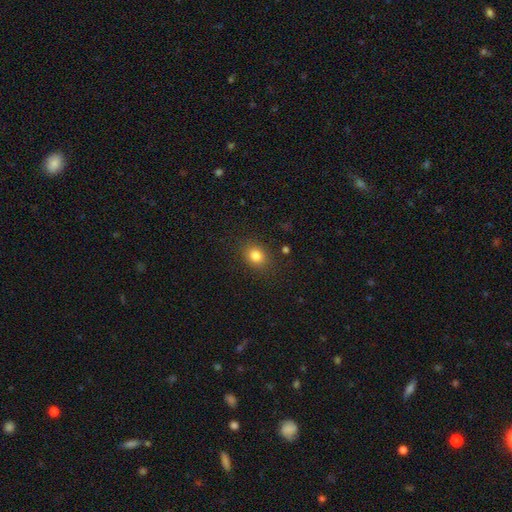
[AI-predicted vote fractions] Morphology: type=smooth (82%); roundness=round (51%); merging=none (86%).